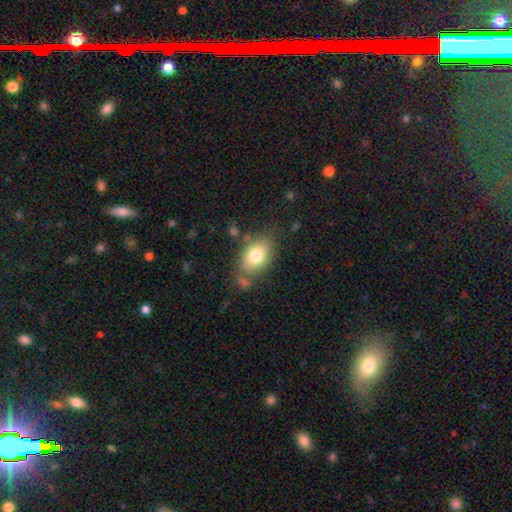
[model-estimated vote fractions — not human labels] smooth 78%, featured or disk 14%, star or artifact 8%. Down the decision tree: how rounded — in between (83%); merging — none (69%).